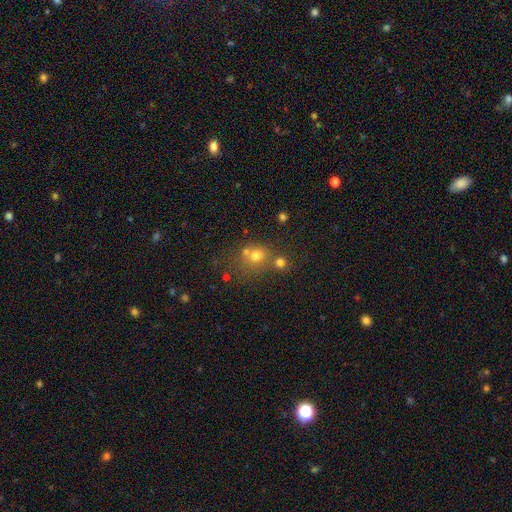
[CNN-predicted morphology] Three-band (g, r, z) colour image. It shows a smooth galaxy with no disk features (66%) that is round (78%). Merging: none (51%).